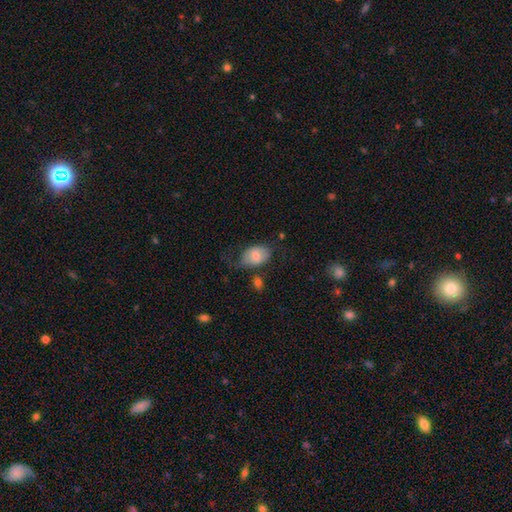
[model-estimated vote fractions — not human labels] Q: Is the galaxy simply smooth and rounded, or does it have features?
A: smooth — 73%.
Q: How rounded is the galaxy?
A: in between — 81%.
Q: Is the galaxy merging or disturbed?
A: none — 49%.